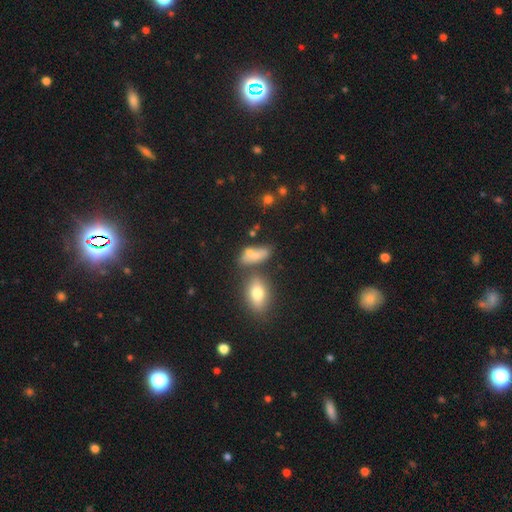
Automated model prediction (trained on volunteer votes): smooth-or-featured: smooth: 68% | featured or disk: 20% | star or artifact: 12%
  how-rounded: in between: 75% | cigar-shaped: 17% | round: 9%
  merging: none: 42% | merger: 29% | minor disturbance: 19% | major disturbance: 10%